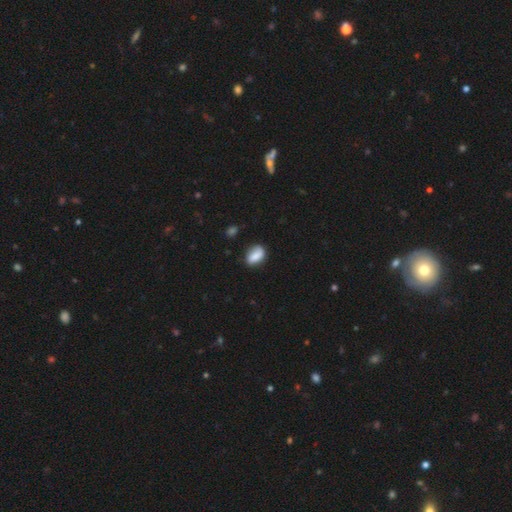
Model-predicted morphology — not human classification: A smooth galaxy with no disk features (82%) that is in between round and cigar-shaped (86%). Merging: none (67%).